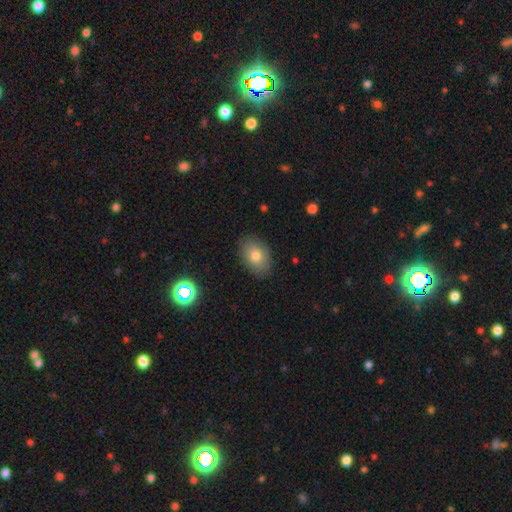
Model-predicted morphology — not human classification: Smooth or featured: smooth — 78% (featured or disk — 13%)
How rounded: in between — 80% (round — 19%)
Merging: none — 87% (minor disturbance — 10%)